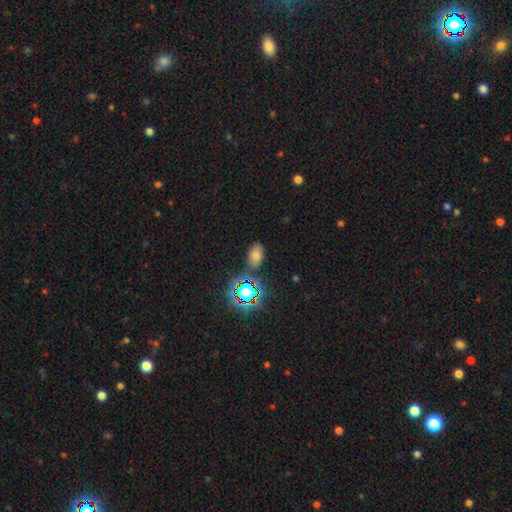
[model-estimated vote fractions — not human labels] Morphology: type=smooth (57%); roundness=in between (82%); merging=none (79%).